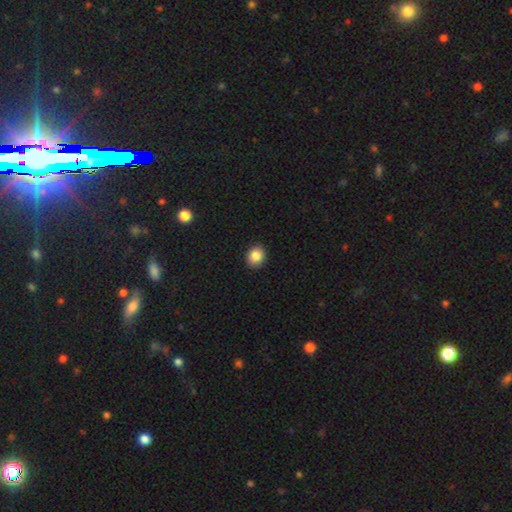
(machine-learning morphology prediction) Smooth or featured? smooth (85%)
How rounded? round (67%)
Merging? none (92%)